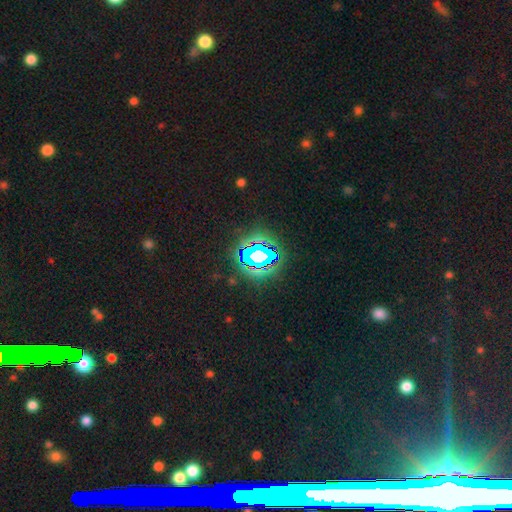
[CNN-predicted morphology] The model was most divided on "smooth or featured": star or artifact: 81%, smooth: 12%, featured or disk: 7%.